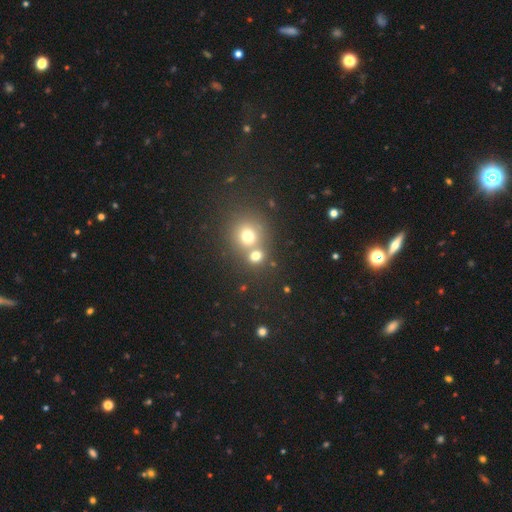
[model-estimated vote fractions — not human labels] smooth_or_featured: smooth (p=0.71) [alt: star or artifact p=0.17]
how_rounded: round (p=0.82) [alt: in between p=0.17]
merging: merger (p=0.45) [tied with: none p=0.45]